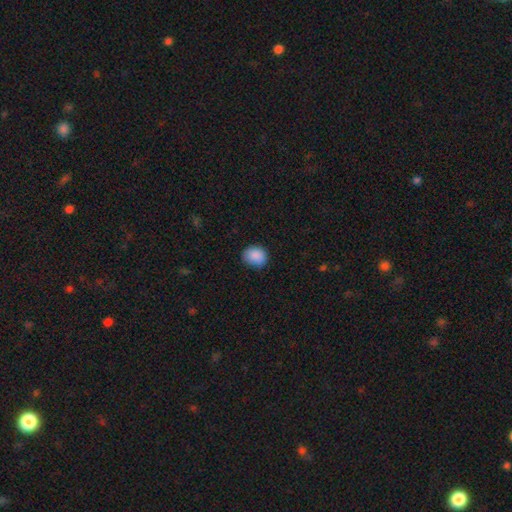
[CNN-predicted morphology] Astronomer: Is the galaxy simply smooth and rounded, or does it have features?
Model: smooth — 88%.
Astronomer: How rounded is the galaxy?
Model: round — 64%.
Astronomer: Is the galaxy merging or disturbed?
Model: none — 80%.